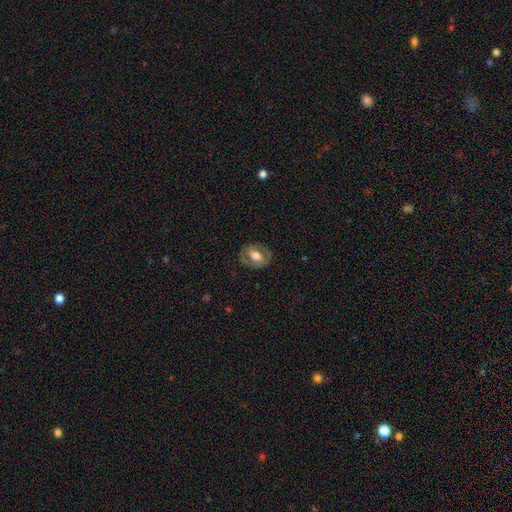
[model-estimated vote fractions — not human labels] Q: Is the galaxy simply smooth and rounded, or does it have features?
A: featured or disk — 49%.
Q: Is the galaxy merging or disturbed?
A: none — 78%.